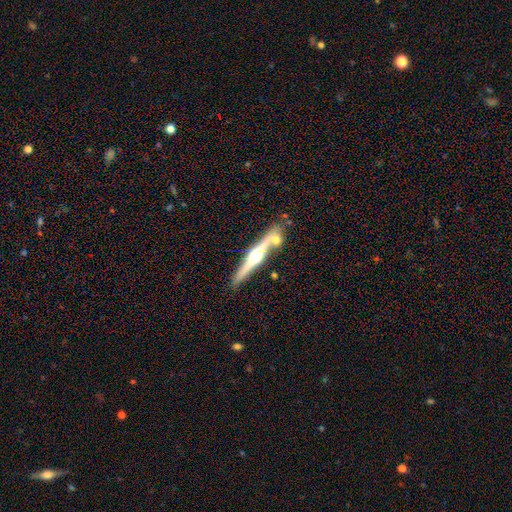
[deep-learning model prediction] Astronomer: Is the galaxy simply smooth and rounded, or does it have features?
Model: featured or disk — 78%.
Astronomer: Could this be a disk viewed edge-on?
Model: yes — 98%.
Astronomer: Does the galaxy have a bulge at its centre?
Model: rounded — 94%.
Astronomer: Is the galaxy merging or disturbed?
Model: none — 74%.